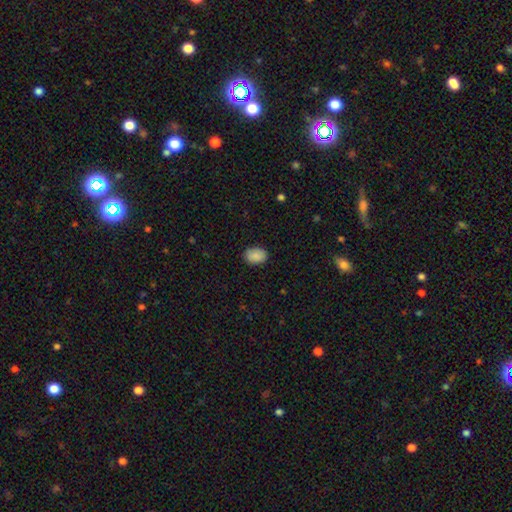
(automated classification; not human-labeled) A smooth galaxy with no disk features (89%) that is in between round and cigar-shaped (82%).

Vote fractions:
- Smooth or featured? smooth: 89% / star or artifact: 7% / featured or disk: 4%
- How rounded? in between: 82% / round: 17% / cigar-shaped: 1%
- Merging? none: 87% / minor disturbance: 10% / major disturbance: 2% / merger: 1%